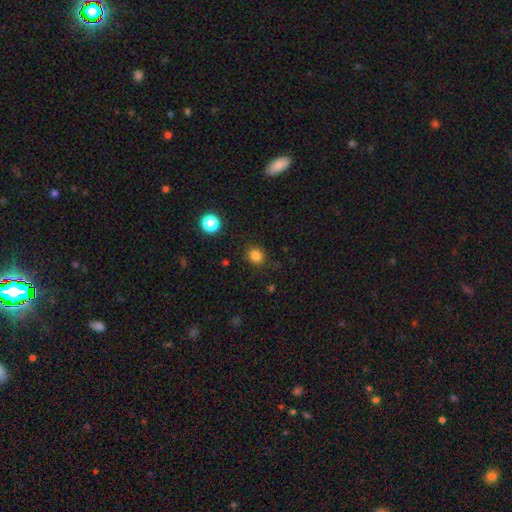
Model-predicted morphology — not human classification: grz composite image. It shows a smooth galaxy with no disk features (82%) that is round (73%). Merging: none (86%).